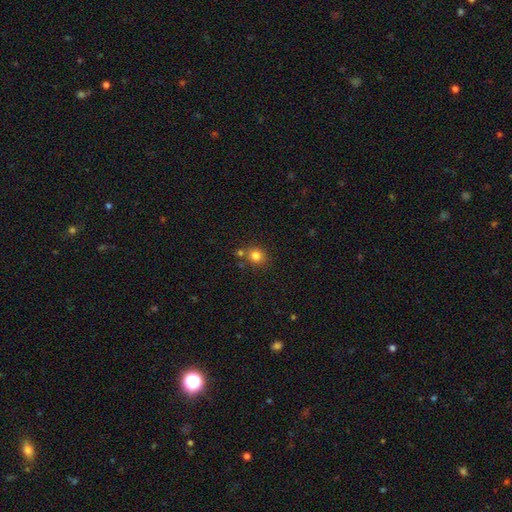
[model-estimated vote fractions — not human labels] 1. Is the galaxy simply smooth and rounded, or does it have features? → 81% smooth, 12% star or artifact, 6% featured or disk.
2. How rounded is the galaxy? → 78% round, 21% in between, 1% cigar-shaped.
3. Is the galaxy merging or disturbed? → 72% none, 15% merger, 10% minor disturbance, 3% major disturbance.